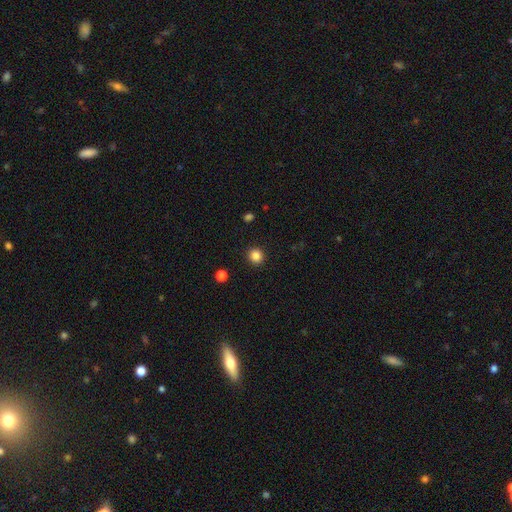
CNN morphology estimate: Smooth or featured?
  - smooth: 85% *
  - star or artifact: 11%
  - featured or disk: 4%
How rounded?
  - round: 91% *
  - in between: 8%
  - cigar-shaped: 1%
Merging?
  - none: 92% *
  - minor disturbance: 5%
  - major disturbance: 2%
  - merger: 1%